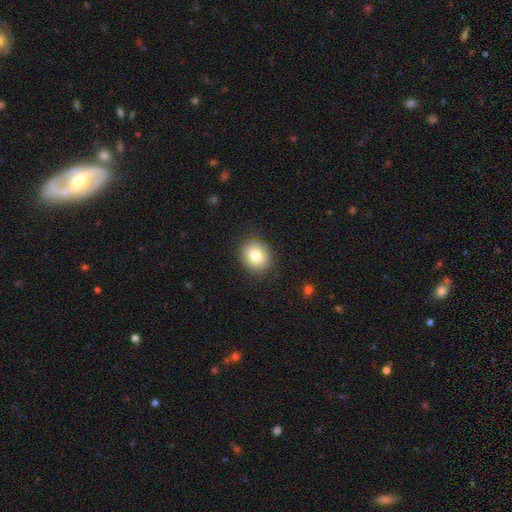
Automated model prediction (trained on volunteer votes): Q: Smooth or featured?
A: smooth (80%); runner-up: featured or disk (10%)
Q: How rounded?
A: round (73%); runner-up: in between (26%)
Q: Merging?
A: none (88%); runner-up: minor disturbance (9%)